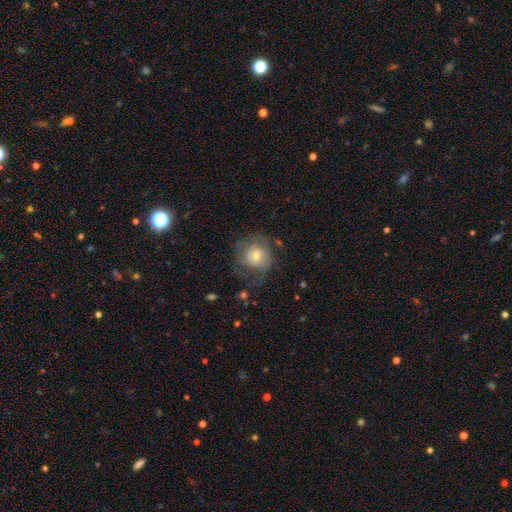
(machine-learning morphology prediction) featured or disk 50%, smooth 41%, star or artifact 10%. Down the decision tree: merging — none (55%).